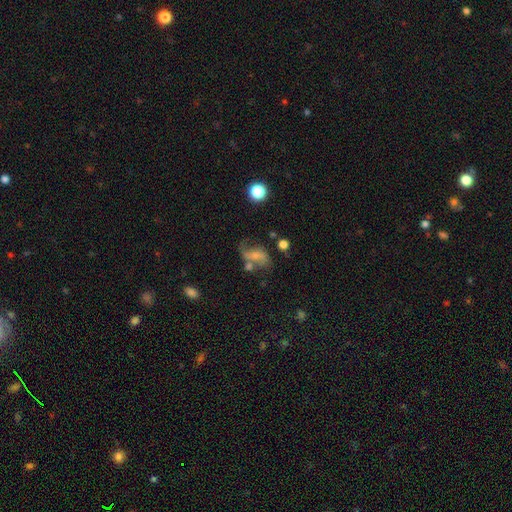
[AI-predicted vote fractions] Smooth or featured: featured or disk — 55% (smooth — 33%)
Edge-on disk: no — 95% (yes — 5%)
Bar: no — 43% (weak — 36%)
Spiral arms: yes — 79% (no — 21%)
Bulge size: small — 51% (moderate — 27%)
Merging: none — 40% (minor disturbance — 22%)